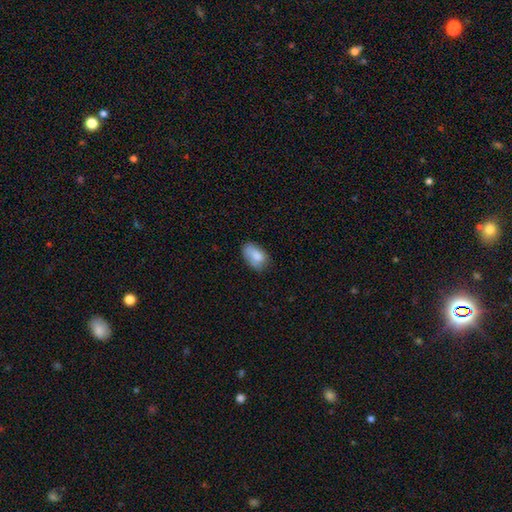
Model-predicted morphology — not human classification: Smooth or featured: smooth — 82% (featured or disk — 10%)
How rounded: in between — 91% (round — 7%)
Merging: none — 62% (minor disturbance — 28%)